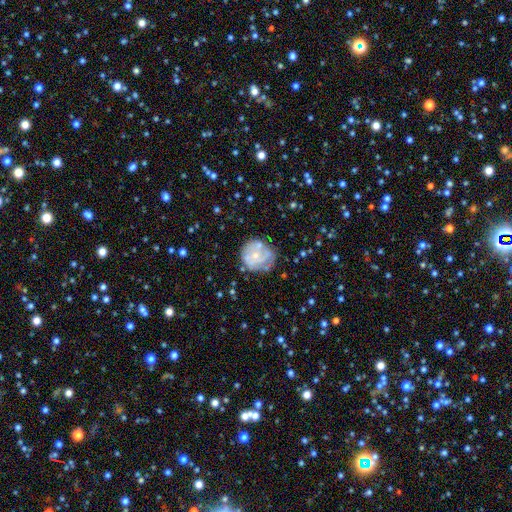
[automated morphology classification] type=featured or disk (61%); edge-on=no (98%); bar=no (83%); spiral arms=no (51%); bulge=small (66%); merging=none (61%).